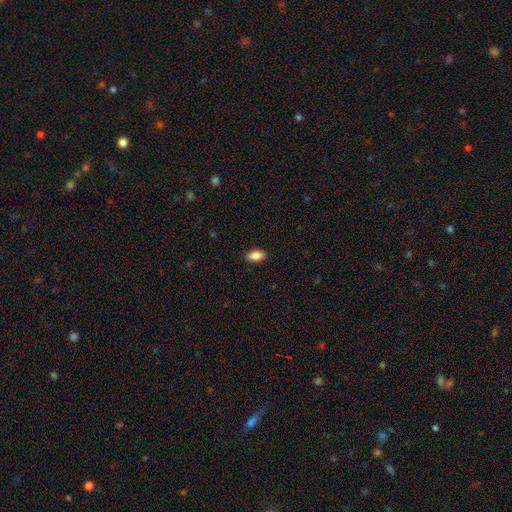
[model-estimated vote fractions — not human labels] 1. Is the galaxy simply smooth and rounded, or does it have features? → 88% smooth, 8% star or artifact, 4% featured or disk.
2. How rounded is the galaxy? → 92% in between, 5% round, 3% cigar-shaped.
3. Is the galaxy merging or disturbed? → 89% none, 8% minor disturbance, 2% major disturbance, 1% merger.